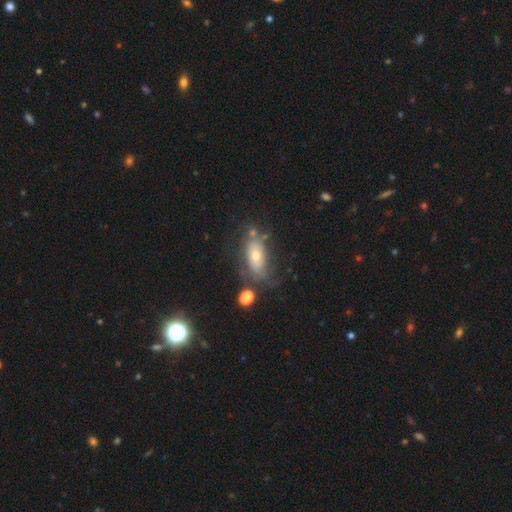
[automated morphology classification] Q: Smooth or featured?
A: featured or disk (49%); runner-up: smooth (40%)
Q: Merging?
A: none (51%); runner-up: minor disturbance (24%)